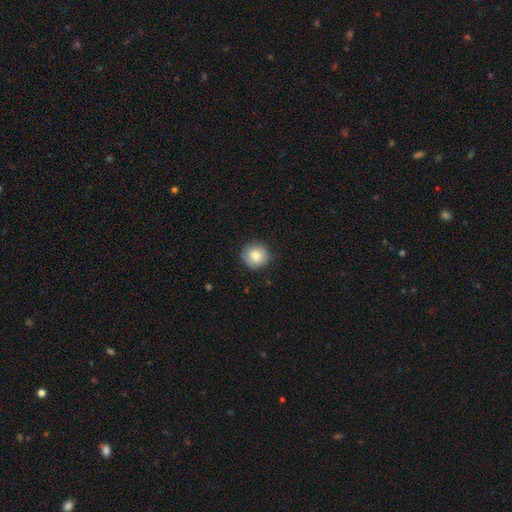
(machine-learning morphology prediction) Q: Smooth or featured?
A: smooth (83%); runner-up: featured or disk (9%)
Q: How rounded?
A: round (93%); runner-up: in between (6%)
Q: Merging?
A: none (85%); runner-up: minor disturbance (11%)